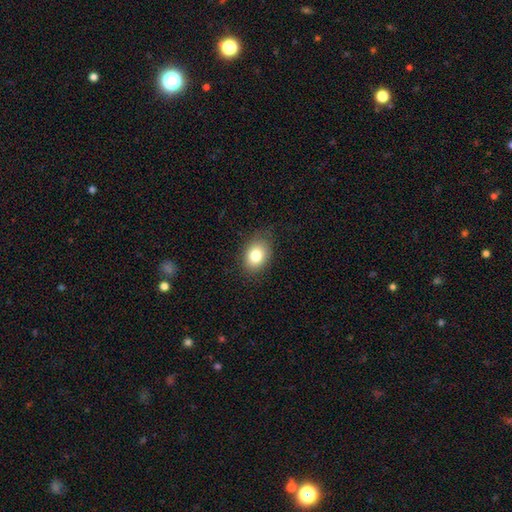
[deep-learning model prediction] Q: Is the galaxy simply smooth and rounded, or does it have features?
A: smooth — 80%.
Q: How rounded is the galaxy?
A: in between — 72%.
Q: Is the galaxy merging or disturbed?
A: none — 81%.